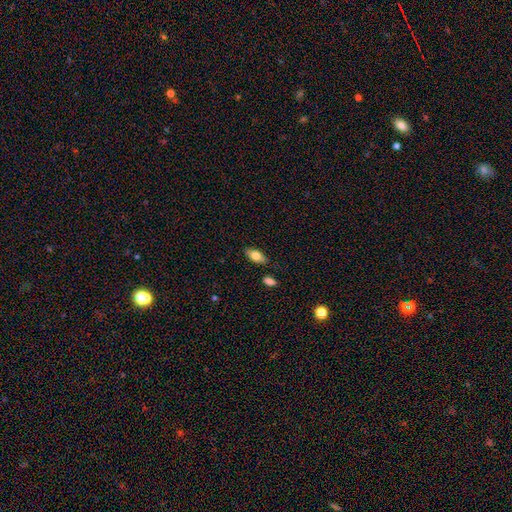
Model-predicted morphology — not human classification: A smooth galaxy with no disk features (75%) that is in between round and cigar-shaped (87%).

Vote fractions:
- Smooth or featured? smooth: 75% / featured or disk: 18% / star or artifact: 7%
- How rounded? in between: 87% / cigar-shaped: 9% / round: 4%
- Merging? none: 81% / minor disturbance: 14% / merger: 3% / major disturbance: 3%